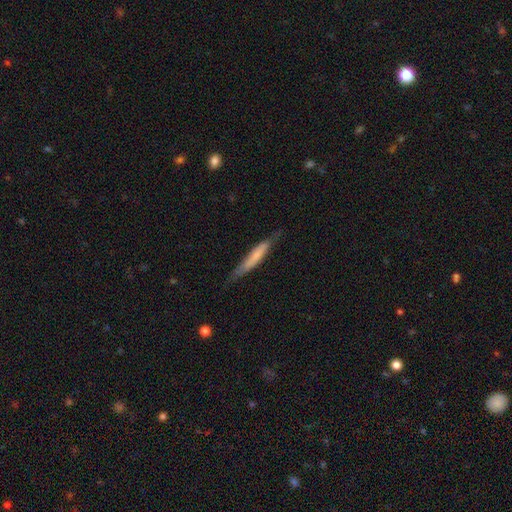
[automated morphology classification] This is possibly a smooth galaxy (60%). How rounded: clearly cigar-shaped (92%). Merging: likely none (70%).